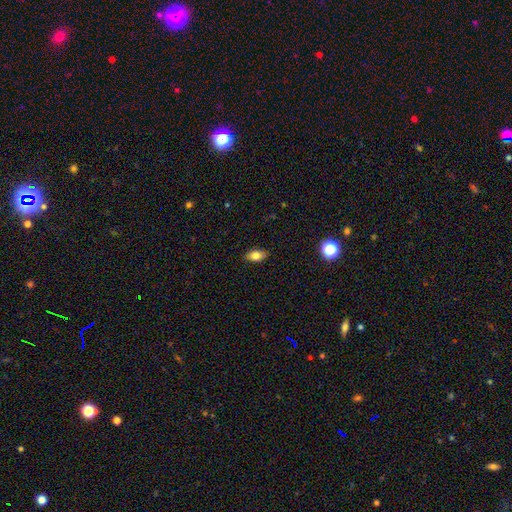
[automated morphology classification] A smooth galaxy with no disk features (79%) that is in between round and cigar-shaped (88%).

Vote fractions:
- Smooth or featured? smooth: 79% / featured or disk: 12% / star or artifact: 9%
- How rounded? in between: 88% / round: 7% / cigar-shaped: 5%
- Merging? none: 88% / minor disturbance: 9% / major disturbance: 2% / merger: 1%